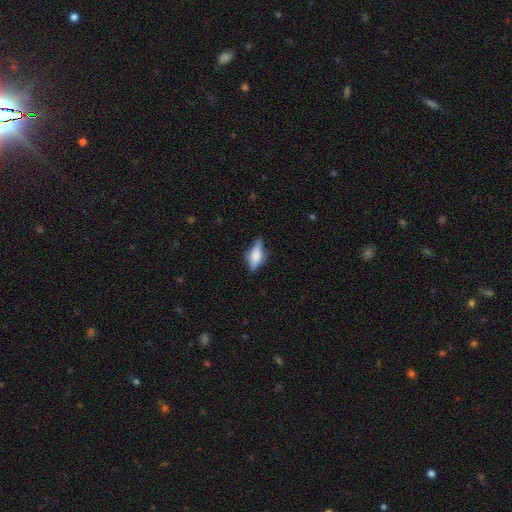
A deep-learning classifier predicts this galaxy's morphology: The model was most divided on "smooth or featured": smooth: 53%, featured or disk: 39%, star or artifact: 8%. More confident: merging — none (73%); how rounded — in between (69%).